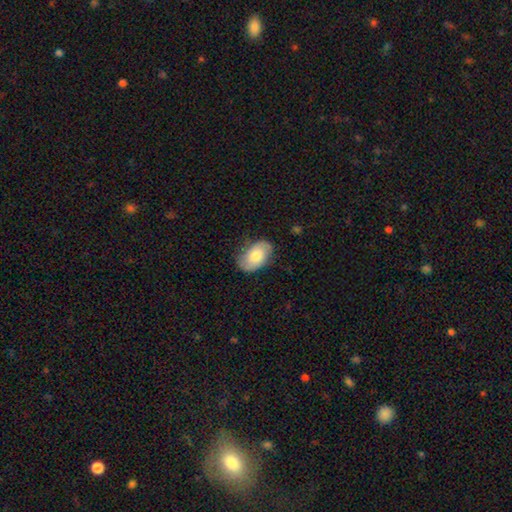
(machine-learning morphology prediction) Smooth or featured?
  - smooth: 56% *
  - featured or disk: 37%
  - star or artifact: 7%
How rounded?
  - in between: 90% *
  - round: 9%
  - cigar-shaped: 1%
Merging?
  - none: 76% *
  - minor disturbance: 18%
  - major disturbance: 5%
  - merger: 1%